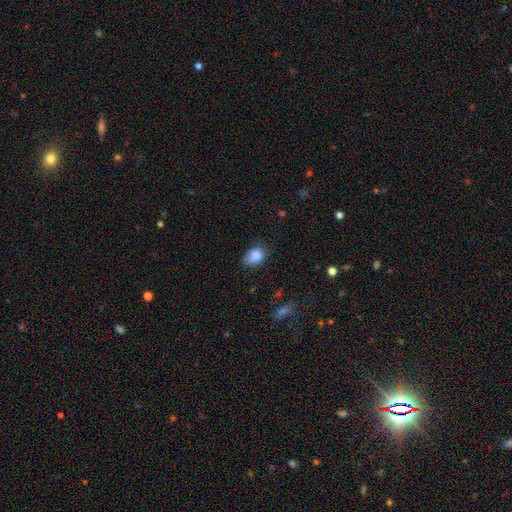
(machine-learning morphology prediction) Smooth or featured: smooth — 83% (star or artifact — 9%)
How rounded: in between — 75% (round — 24%)
Merging: none — 55% (minor disturbance — 32%)